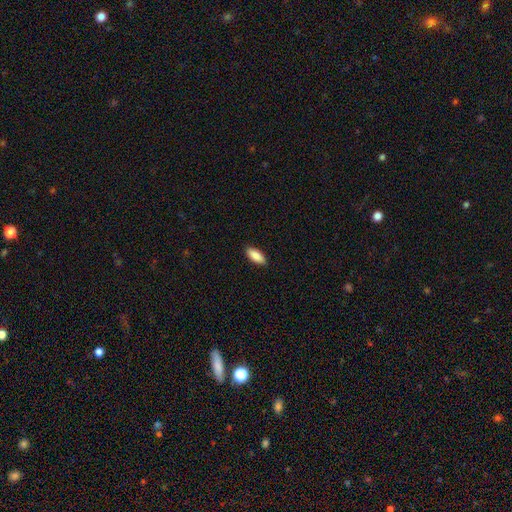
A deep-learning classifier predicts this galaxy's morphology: smooth 89%, star or artifact 6%, featured or disk 5%. Down the decision tree: how rounded — in between (82%); merging — none (90%).